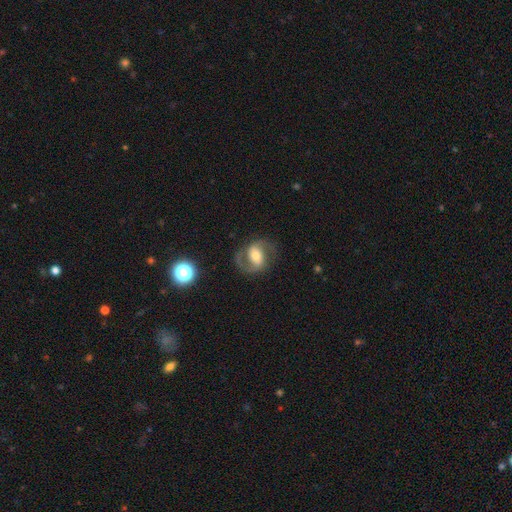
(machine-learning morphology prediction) This appears to be a featured or disk galaxy (76%) with a weak bar (38%), 2 (87%) medium (56%) spiral arms (90%) and a moderate central bulge (60%). Merging: none (73%).